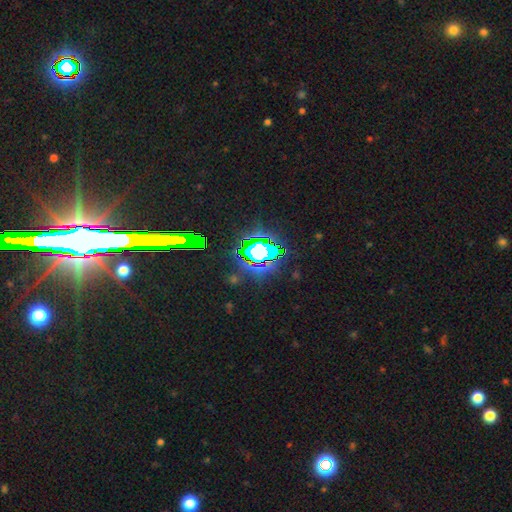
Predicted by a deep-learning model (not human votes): A star or artifact, not a galaxy (83%).

Vote fractions:
- Smooth or featured? star or artifact: 83% / featured or disk: 9% / smooth: 8%